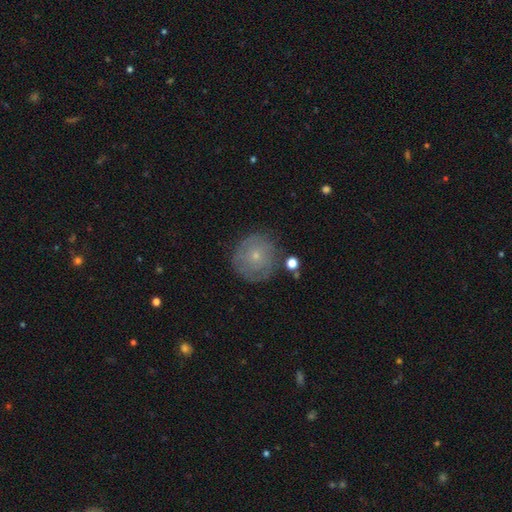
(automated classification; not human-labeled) This appears to be a smooth galaxy with no disk features (51%) that is round (92%). Merging: none (76%).